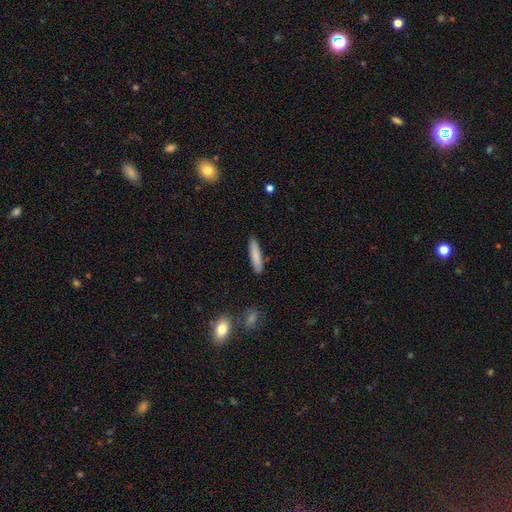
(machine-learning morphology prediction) Smooth or featured: smooth — 83% (featured or disk — 11%)
How rounded: cigar-shaped — 87% (in between — 12%)
Merging: none — 88% (minor disturbance — 9%)